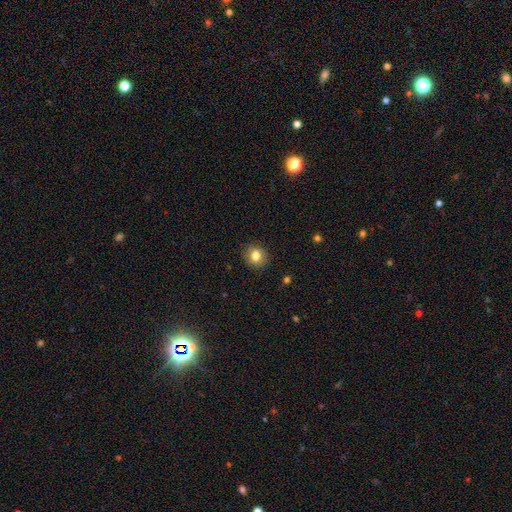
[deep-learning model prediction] Smooth or featured?
  - smooth: 81% *
  - star or artifact: 10%
  - featured or disk: 8%
How rounded?
  - round: 79% *
  - in between: 20%
  - cigar-shaped: 1%
Merging?
  - none: 88% *
  - minor disturbance: 9%
  - major disturbance: 2%
  - merger: 1%